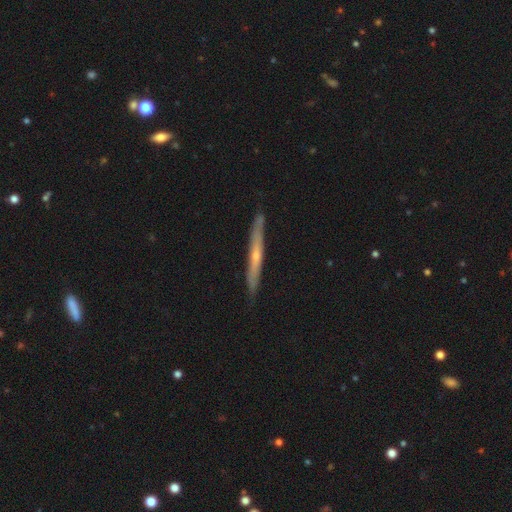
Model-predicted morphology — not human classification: A featured or disk galaxy (63%) viewed edge-on (94%) with a rounded central bulge (54%).

Vote fractions:
- Smooth or featured? featured or disk: 63% / smooth: 31% / star or artifact: 6%
- Edge-on disk? yes: 94% / no: 6%
- Edge-on bulge? rounded: 54% / none: 43% / boxy: 3%
- Merging? none: 87% / minor disturbance: 10% / major disturbance: 2% / merger: 1%